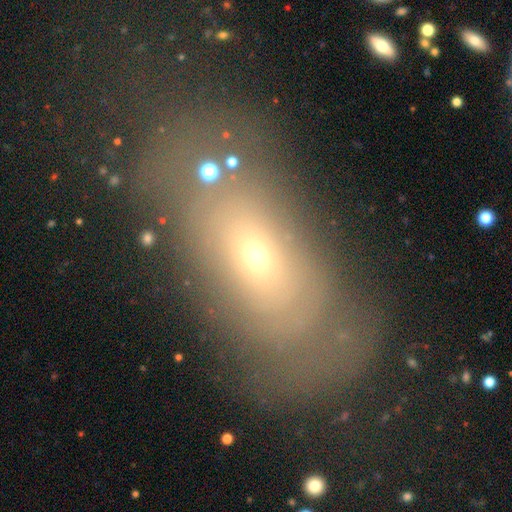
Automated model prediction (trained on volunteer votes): A smooth galaxy with no disk features (50%).

Vote fractions:
- Smooth or featured? smooth: 50% / featured or disk: 29% / star or artifact: 21%
- Merging? none: 59% / minor disturbance: 18% / major disturbance: 17% / merger: 6%